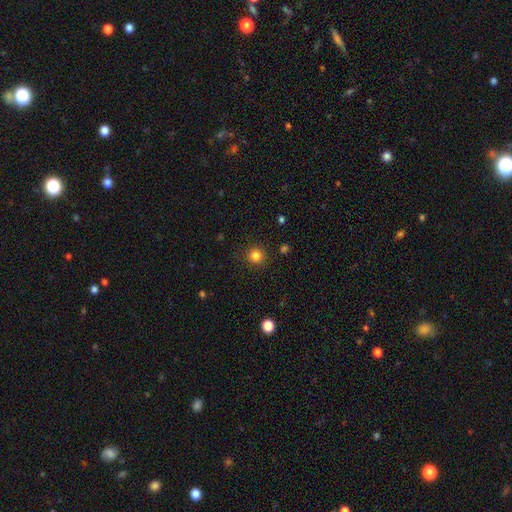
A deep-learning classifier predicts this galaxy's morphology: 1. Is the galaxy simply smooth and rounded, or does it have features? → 82% smooth, 13% star or artifact, 5% featured or disk.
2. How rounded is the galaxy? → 93% round, 6% in between, 1% cigar-shaped.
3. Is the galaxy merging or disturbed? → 90% none, 6% minor disturbance, 2% major disturbance, 1% merger.